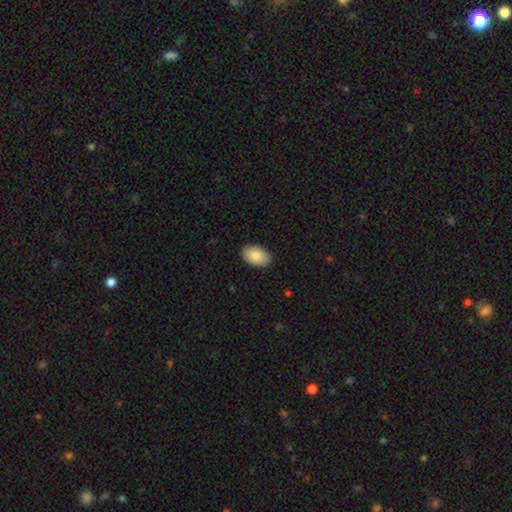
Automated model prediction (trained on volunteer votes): Smooth or featured?
  - smooth: 87% *
  - featured or disk: 7%
  - star or artifact: 6%
How rounded?
  - in between: 92% *
  - round: 7%
  - cigar-shaped: 1%
Merging?
  - none: 89% *
  - minor disturbance: 8%
  - major disturbance: 2%
  - merger: 1%